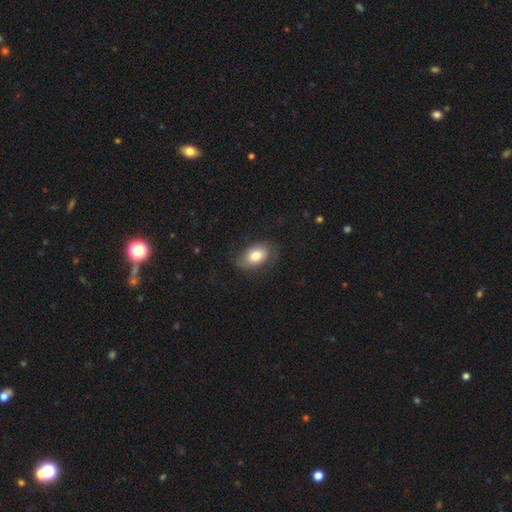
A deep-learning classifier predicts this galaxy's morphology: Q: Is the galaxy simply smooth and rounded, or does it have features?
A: smooth — 71%.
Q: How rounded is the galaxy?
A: in between — 89%.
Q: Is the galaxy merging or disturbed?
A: none — 70%.